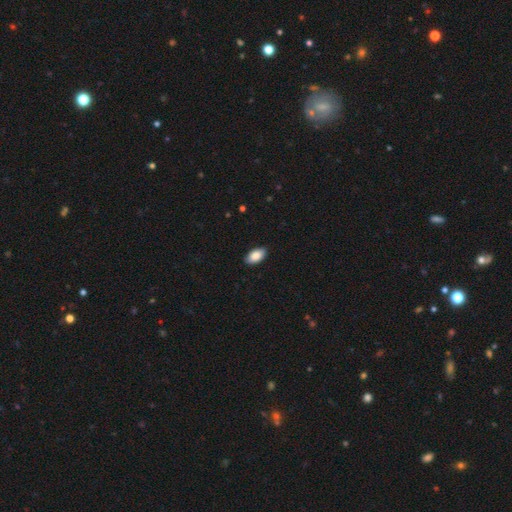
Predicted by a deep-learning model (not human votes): Smooth or featured? Predicted: smooth (p=0.87). How rounded? Predicted: in between (p=0.95). Merging? Predicted: none (p=0.88).